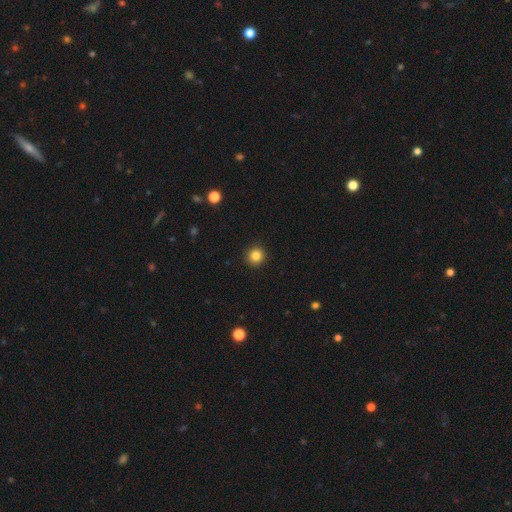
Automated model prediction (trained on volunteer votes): This appears to be a smooth galaxy with no disk features (84%) that is round (95%). Merging: none (93%).